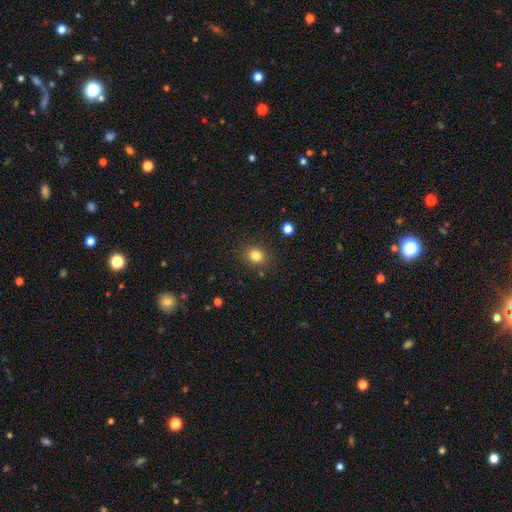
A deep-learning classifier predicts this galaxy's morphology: smooth-or-featured: smooth: 82% | star or artifact: 12% | featured or disk: 6%
  how-rounded: round: 71% | in between: 28% | cigar-shaped: 1%
  merging: none: 86% | minor disturbance: 9% | major disturbance: 3% | merger: 2%